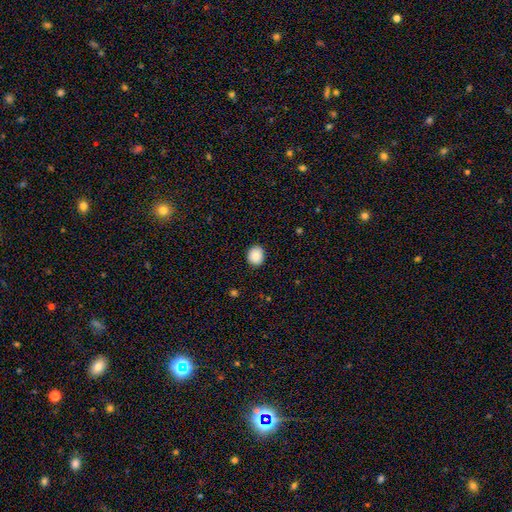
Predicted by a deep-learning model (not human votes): smooth_or_featured: smooth (p=0.87) [alt: star or artifact p=0.08]
how_rounded: round (p=0.76) [alt: in between p=0.23]
merging: none (p=0.89) [alt: minor disturbance p=0.08]